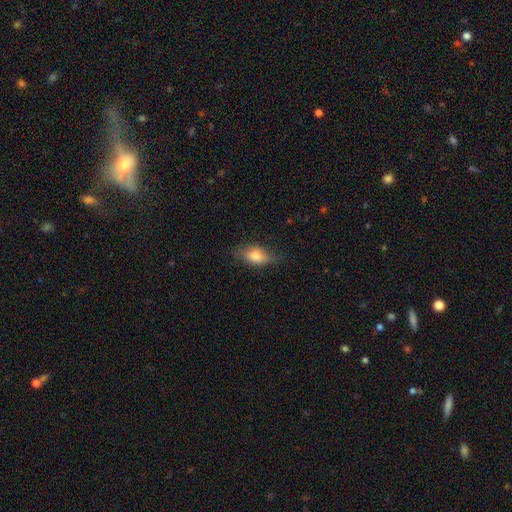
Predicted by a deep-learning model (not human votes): This appears to be a smooth galaxy with no disk features (70%) that is in between round and cigar-shaped (83%). Merging: none (72%).